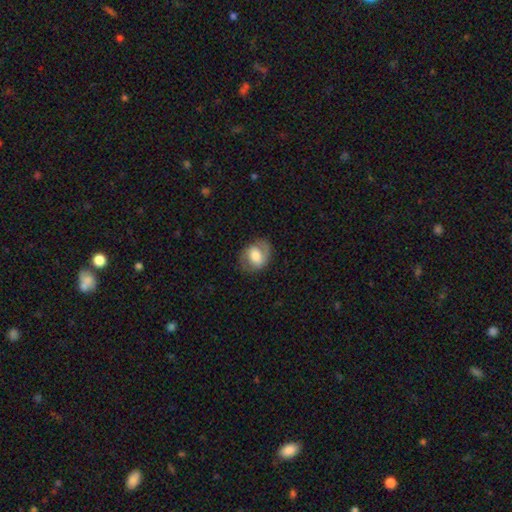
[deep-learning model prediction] Morphology: type=smooth (47%); merging=none (73%).